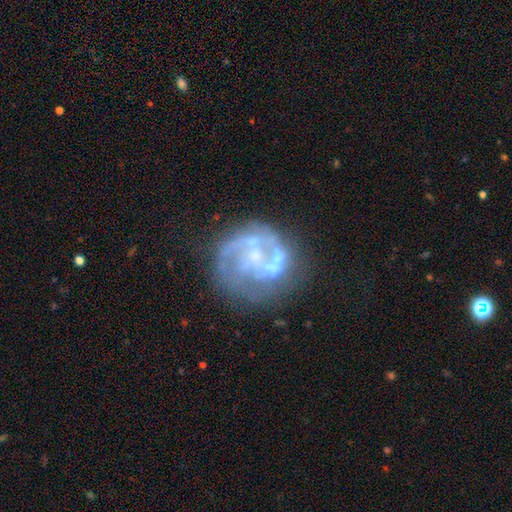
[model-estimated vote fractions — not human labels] A featured or disk galaxy (76%) with no bar (69%), spiral arms (59%) and a small central bulge (44%).

Vote fractions:
- Smooth or featured? featured or disk: 76% / smooth: 15% / star or artifact: 9%
- Edge-on disk? no: 98% / yes: 2%
- Bar? no: 69% / weak: 24% / strong: 7%
- Spiral arms? yes: 59% / no: 41%
- Bulge size? small: 44% / none: 30% / moderate: 22% / large: 2% / dominant: 1%
- Merging? none: 51% / major disturbance: 21% / minor disturbance: 18% / merger: 10%